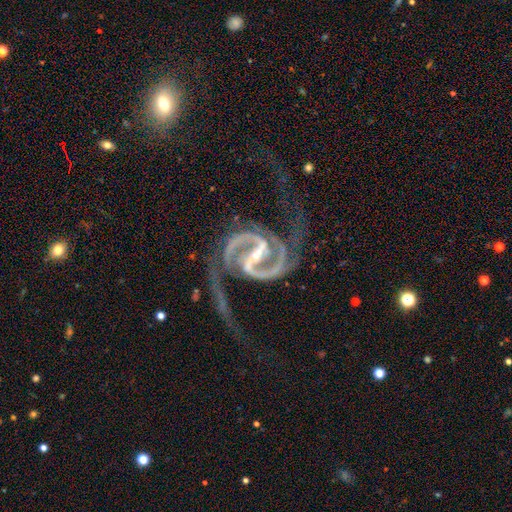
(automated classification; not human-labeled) This is clearly a featured or disk galaxy (95%). It is clearly not viewed edge-on (98%). Bar: likely strong (67%). Spiral arm pattern: clearly yes (99%). Spiral arm count: clearly 2 (94%). Spiral winding: possibly medium (60%). Central bulge: likely small (70%). Merging: possibly none (58%).